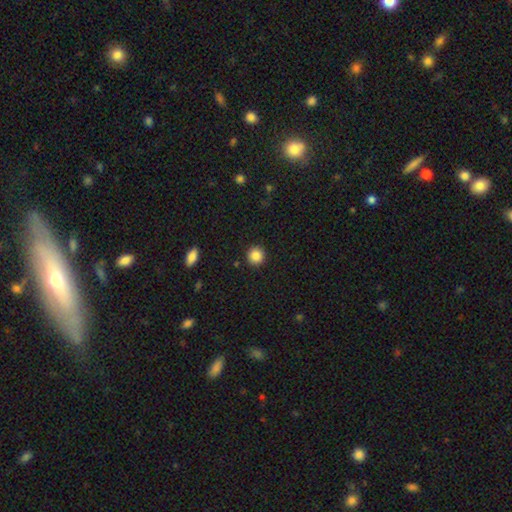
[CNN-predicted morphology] type=smooth (86%); roundness=round (94%); merging=none (92%).